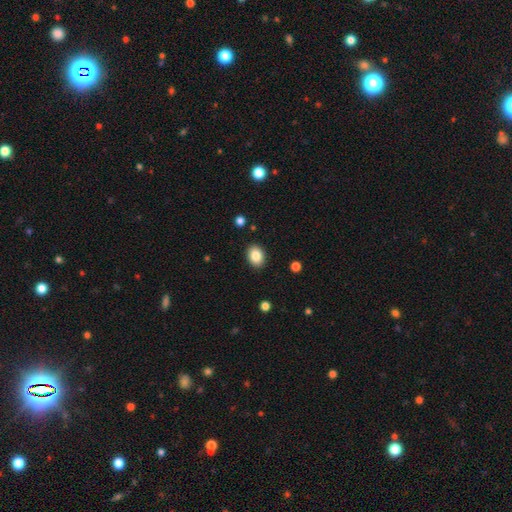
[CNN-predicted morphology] A smooth galaxy with no disk features (86%) that is in between round and cigar-shaped (71%).

Vote fractions:
- Smooth or featured? smooth: 86% / star or artifact: 8% / featured or disk: 6%
- How rounded? in between: 71% / round: 28% / cigar-shaped: 1%
- Merging? none: 89% / minor disturbance: 8% / major disturbance: 2% / merger: 1%